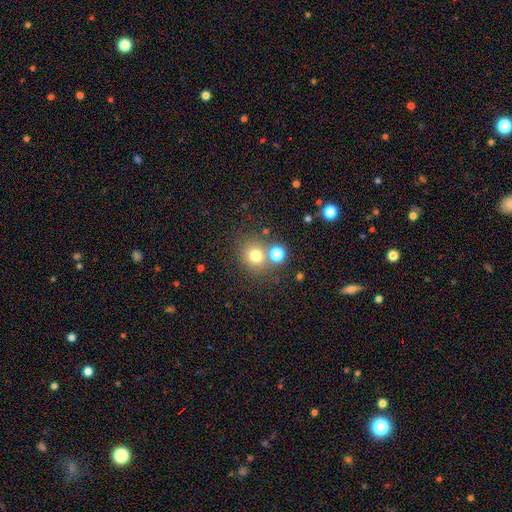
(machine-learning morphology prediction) Overall: smooth (73%). How rounded: round (88%). Merging: none (68%).